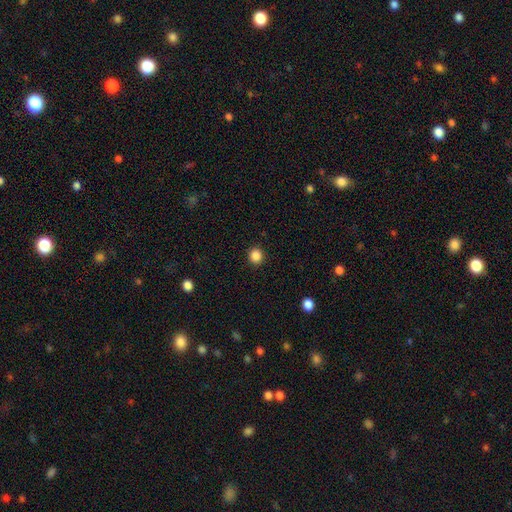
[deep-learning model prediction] This is clearly a smooth galaxy (86%). How rounded: clearly round (90%). Merging: clearly none (92%).